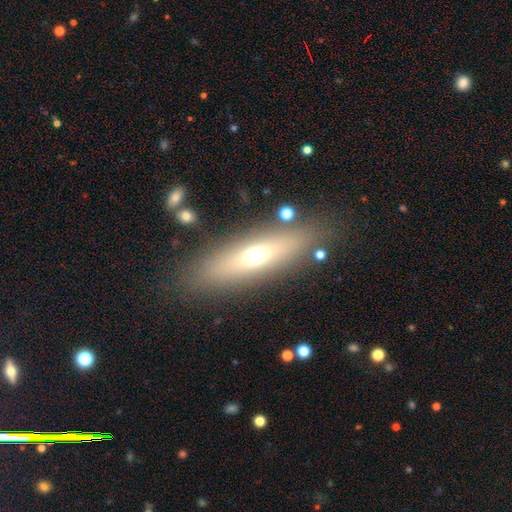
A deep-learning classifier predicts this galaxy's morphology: Overall: smooth (54%; featured or disk 37%). How rounded: cigar-shaped (58%; in between 38%). Merging: none (83%).